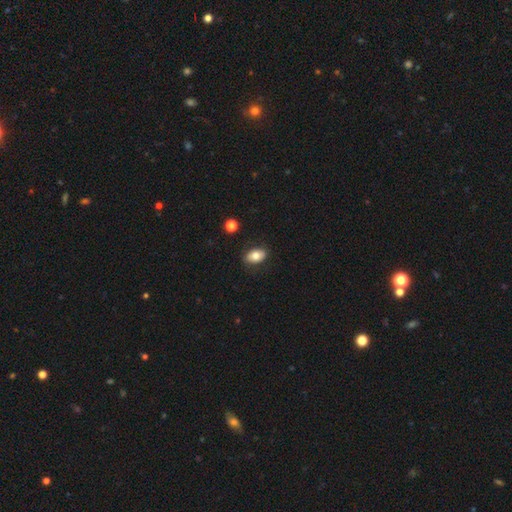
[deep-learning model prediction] Overall: smooth (78%). How rounded: in between (87%). Merging: none (85%).